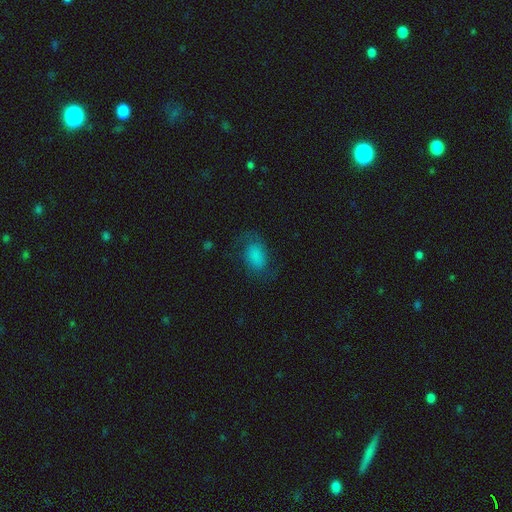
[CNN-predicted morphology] Q: Smooth or featured?
A: smooth (57%); runner-up: featured or disk (32%)
Q: How rounded?
A: in between (84%); runner-up: round (14%)
Q: Merging?
A: none (62%); runner-up: minor disturbance (21%)